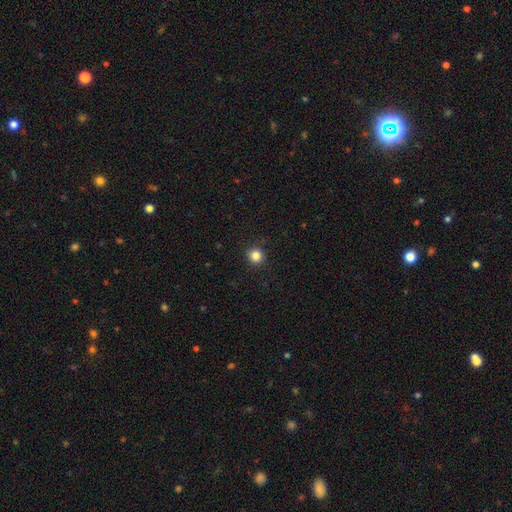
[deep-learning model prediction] Smooth or featured? smooth (84%)
How rounded? round (91%)
Merging? none (92%)